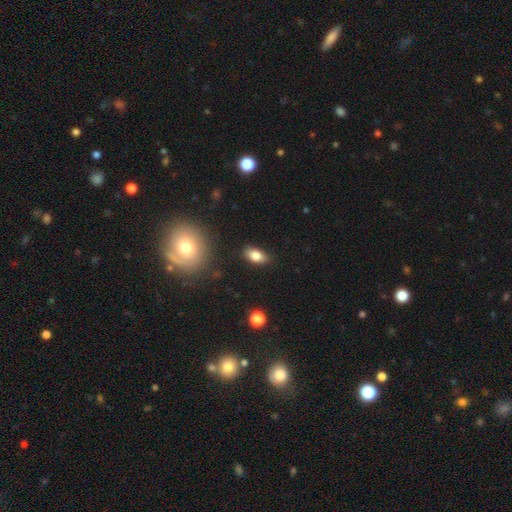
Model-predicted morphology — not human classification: smooth 81%, featured or disk 11%, star or artifact 9%. Down the decision tree: how rounded — in between (89%); merging — none (85%).